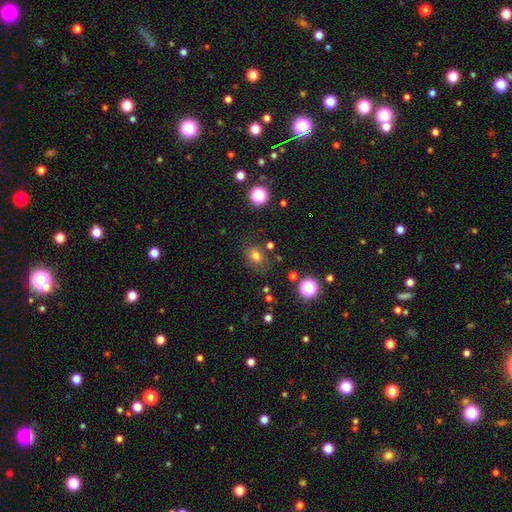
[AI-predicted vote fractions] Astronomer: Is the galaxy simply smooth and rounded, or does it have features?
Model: smooth — 73%.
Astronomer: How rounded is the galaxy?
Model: in between — 58% (runner-up: round, 41%).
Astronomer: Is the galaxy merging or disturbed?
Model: none — 74%.